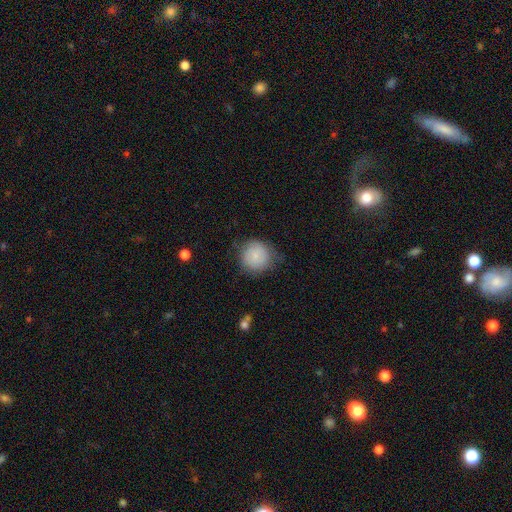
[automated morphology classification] A smooth galaxy with no disk features (80%) that is round (92%).

Vote fractions:
- Smooth or featured? smooth: 80% / featured or disk: 13% / star or artifact: 7%
- How rounded? round: 92% / in between: 7% / cigar-shaped: 1%
- Merging? none: 69% / minor disturbance: 23% / major disturbance: 7% / merger: 1%